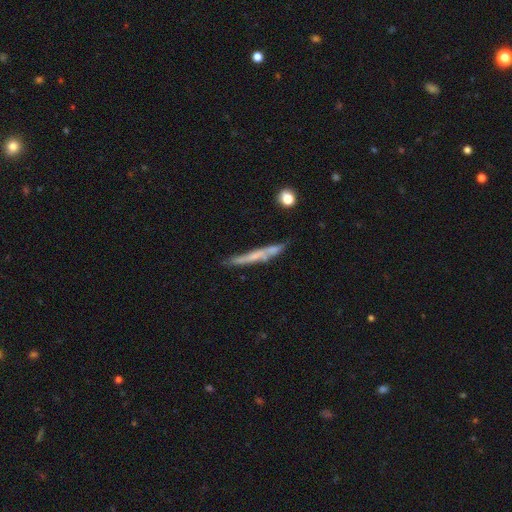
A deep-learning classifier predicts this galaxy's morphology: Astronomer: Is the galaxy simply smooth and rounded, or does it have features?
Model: featured or disk — 48% (runner-up: smooth, 44%).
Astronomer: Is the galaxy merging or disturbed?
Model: none — 63%.